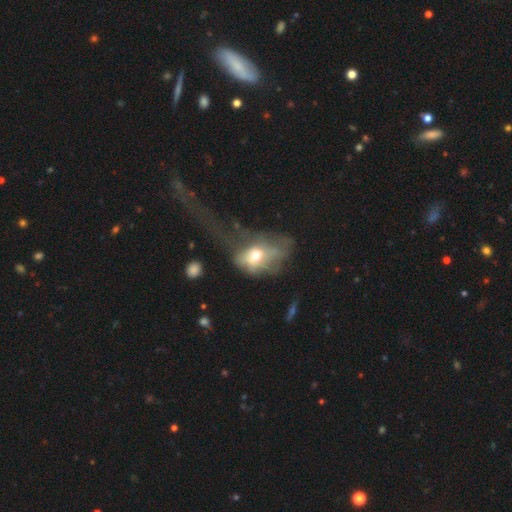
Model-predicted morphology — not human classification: Smooth or featured? Predicted: smooth (p=0.50). Merging? Predicted: major disturbance (p=0.63).